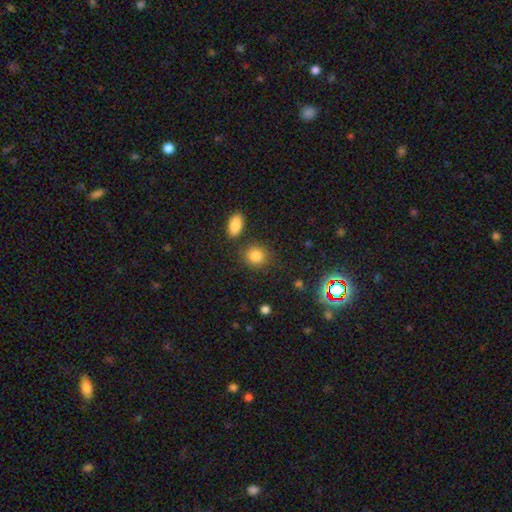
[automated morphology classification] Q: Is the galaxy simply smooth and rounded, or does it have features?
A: smooth — 84%.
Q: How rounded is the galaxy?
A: round — 77%.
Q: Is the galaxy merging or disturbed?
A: none — 80%.